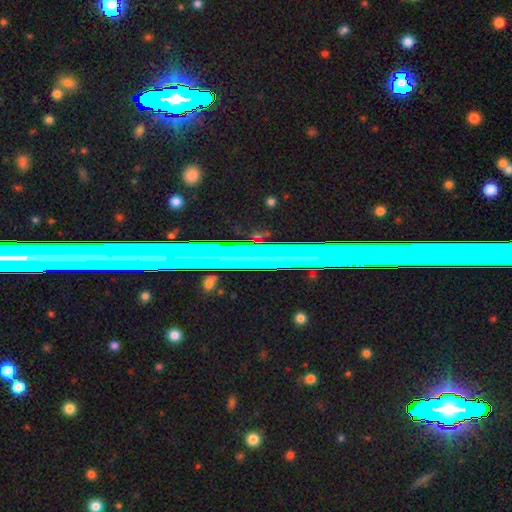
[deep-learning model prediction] Smooth or featured? Predicted: star or artifact (p=0.66).